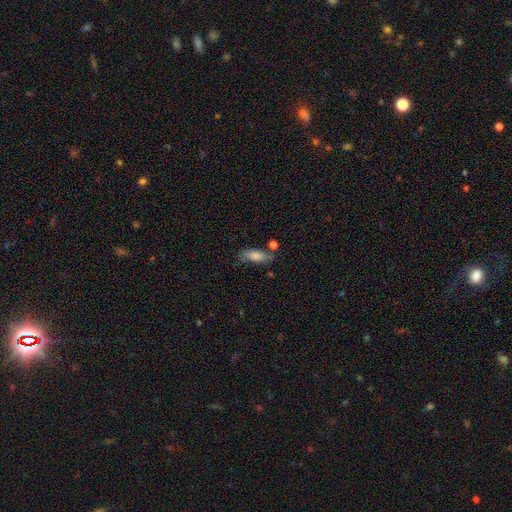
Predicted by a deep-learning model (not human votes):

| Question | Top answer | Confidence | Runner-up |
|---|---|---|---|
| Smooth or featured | smooth | 78% | featured or disk (14%) |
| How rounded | in between | 72% | cigar-shaped (25%) |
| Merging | none | 59% | minor disturbance (23%) |